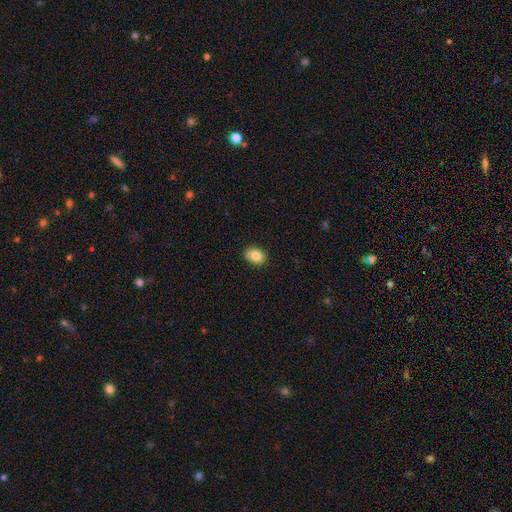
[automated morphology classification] A smooth galaxy with no disk features (84%) that is in between round and cigar-shaped (61%). Merging: none (79%).